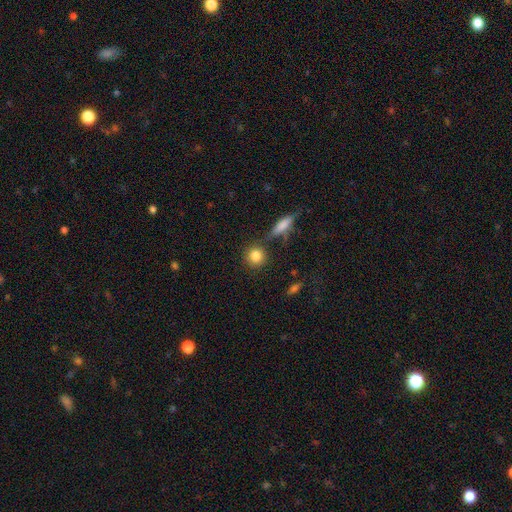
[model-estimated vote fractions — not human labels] Q: Smooth or featured?
A: smooth (83%); runner-up: star or artifact (9%)
Q: How rounded?
A: round (85%); runner-up: in between (12%)
Q: Merging?
A: none (75%); runner-up: merger (11%)